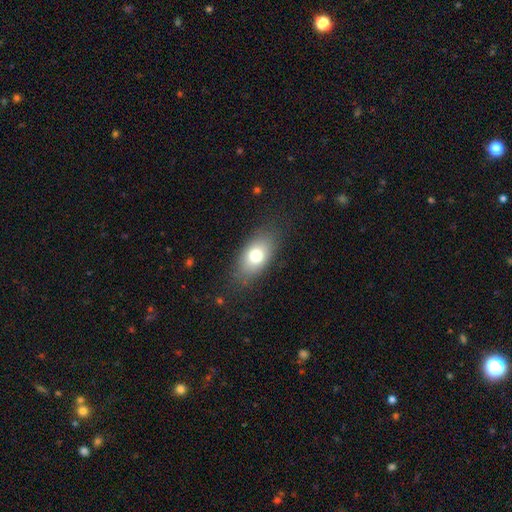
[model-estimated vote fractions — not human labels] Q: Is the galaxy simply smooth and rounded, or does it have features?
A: smooth — 74%.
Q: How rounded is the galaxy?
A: in between — 87%.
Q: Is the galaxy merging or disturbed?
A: none — 81%.